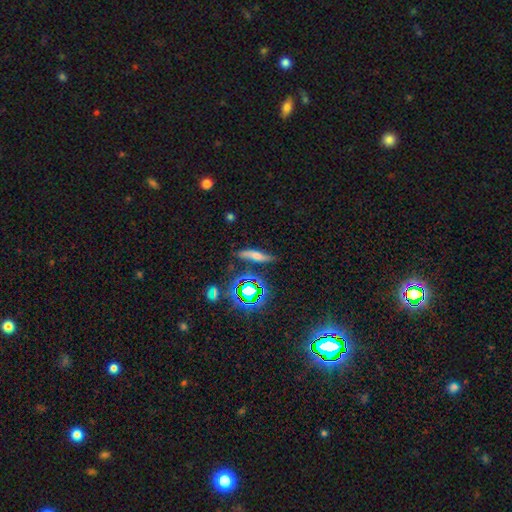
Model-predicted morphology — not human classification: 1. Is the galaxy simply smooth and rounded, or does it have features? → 46% smooth, 34% featured or disk, 20% star or artifact.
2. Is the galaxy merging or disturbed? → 71% none, 19% minor disturbance, 6% major disturbance, 4% merger.